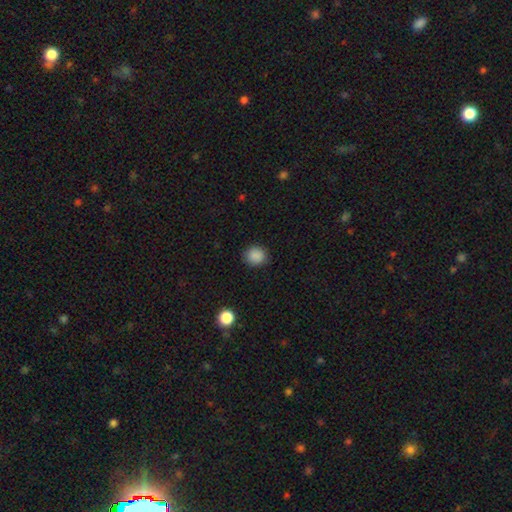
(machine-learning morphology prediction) type=smooth (88%); roundness=round (84%); merging=none (88%).